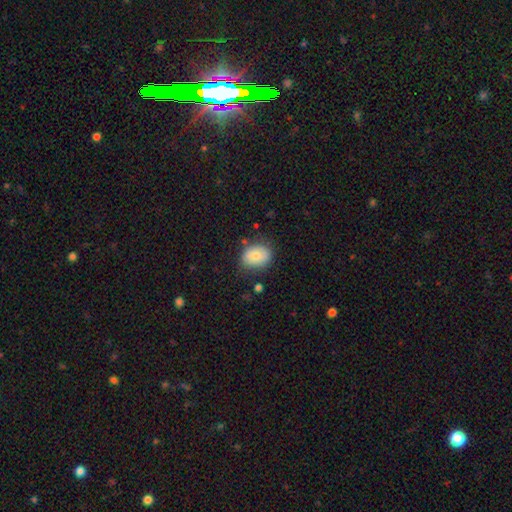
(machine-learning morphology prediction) Q: Smooth or featured?
A: smooth (73%); runner-up: featured or disk (19%)
Q: How rounded?
A: in between (58%); runner-up: round (41%)
Q: Merging?
A: none (72%); runner-up: minor disturbance (20%)